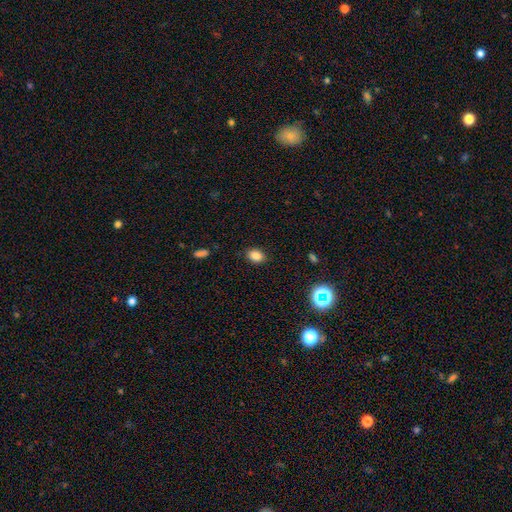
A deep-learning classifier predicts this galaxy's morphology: A smooth galaxy with no disk features (85%) that is in between round and cigar-shaped (68%). Merging: none (87%).